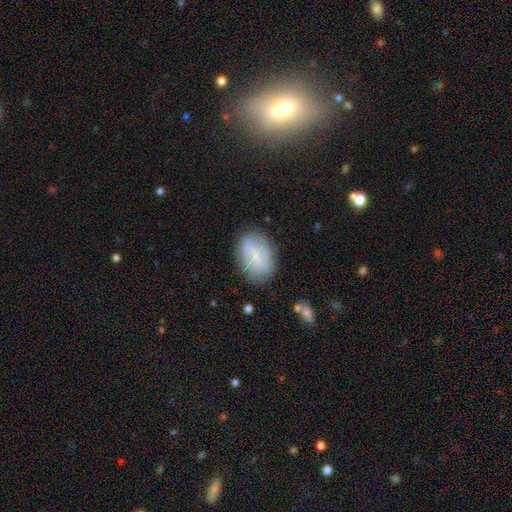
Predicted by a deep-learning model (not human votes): A smooth galaxy with no disk features (54%) that is in between round and cigar-shaped (83%). Merging: none (79%).